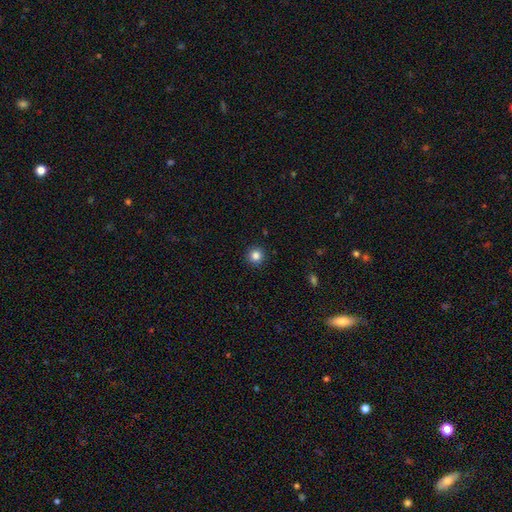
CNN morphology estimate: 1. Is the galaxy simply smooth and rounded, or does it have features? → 84% smooth, 11% star or artifact, 5% featured or disk.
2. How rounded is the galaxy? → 95% round, 4% in between, 1% cigar-shaped.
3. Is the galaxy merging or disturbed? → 92% none, 5% minor disturbance, 2% major disturbance, 1% merger.